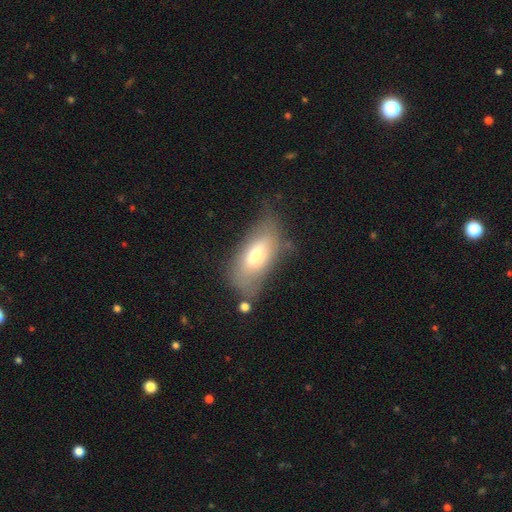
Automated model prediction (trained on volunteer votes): Morphology: type=smooth (65%); roundness=in between (86%); merging=none (56%).